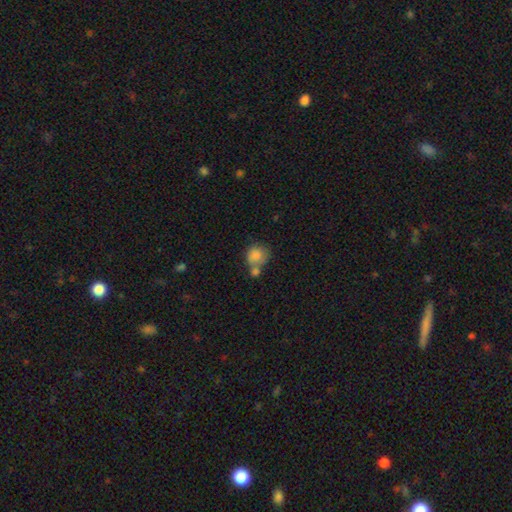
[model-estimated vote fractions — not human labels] The model was most divided on "merging" (2-way tie): merger: 40%, none: 40%, minor disturbance: 14%, major disturbance: 6%. More confident: smooth or featured — smooth (82%); how rounded — round (81%).